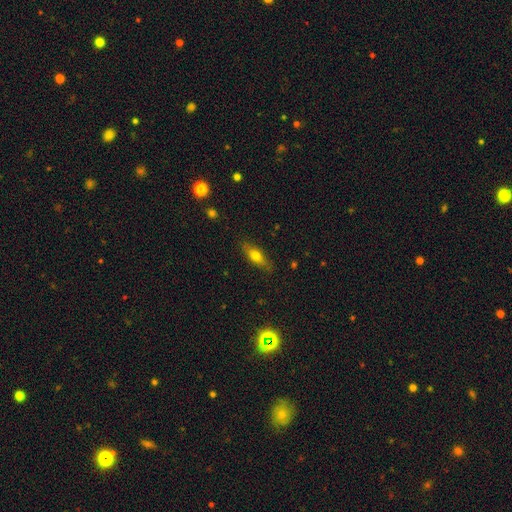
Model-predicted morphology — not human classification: This is likely a smooth galaxy (62%). How rounded: possibly in between (54%). Merging: clearly none (83%).